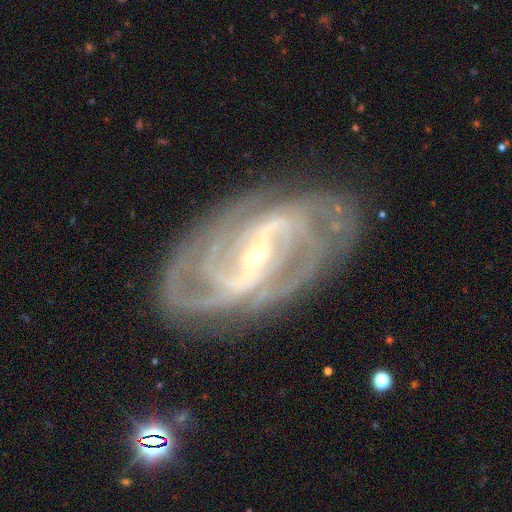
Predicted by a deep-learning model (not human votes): This appears to be a featured or disk galaxy (92%) with a strong bar (60%), 2 (36%) tight (49%) spiral arms (98%) and a small central bulge (74%). Merging: none (79%).